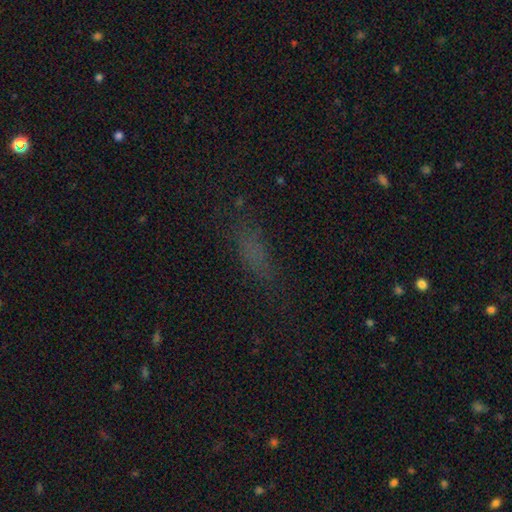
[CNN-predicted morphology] Smooth or featured?
  - smooth: 57% *
  - star or artifact: 27%
  - featured or disk: 16%
How rounded?
  - cigar-shaped: 53% *
  - in between: 42%
  - round: 5%
Merging?
  - none: 73% *
  - minor disturbance: 17%
  - major disturbance: 8%
  - merger: 2%